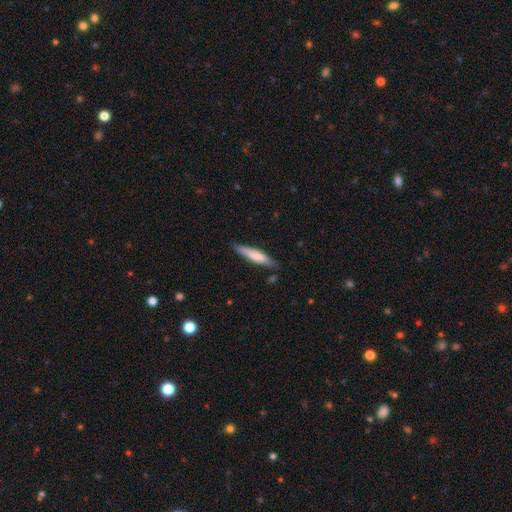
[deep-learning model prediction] Smooth or featured? Predicted: smooth (p=0.66). How rounded? Predicted: cigar-shaped (p=0.86). Merging? Predicted: none (p=0.82).